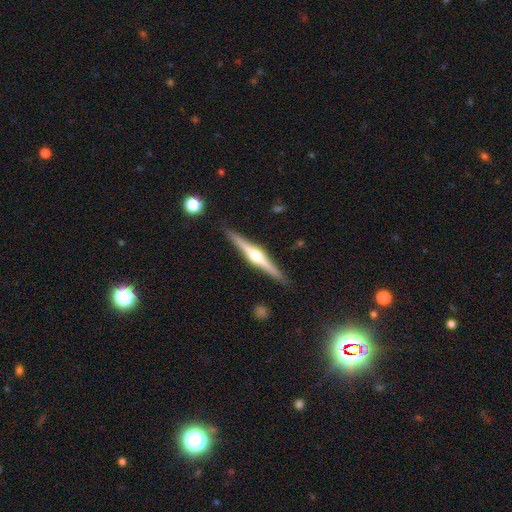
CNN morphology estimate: This is clearly a featured or disk galaxy (81%). It is clearly viewed edge-on (98%). Edge-on bulge: clearly rounded (94%). Merging: clearly none (90%).